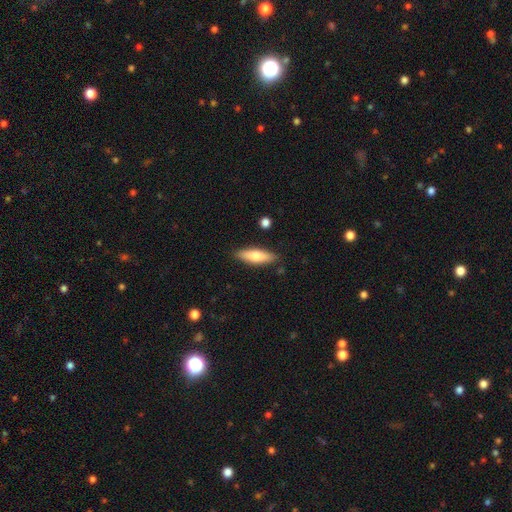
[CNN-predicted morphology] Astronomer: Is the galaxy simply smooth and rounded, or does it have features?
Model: smooth — 68%.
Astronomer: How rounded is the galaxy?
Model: cigar-shaped — 55% (runner-up: in between, 43%).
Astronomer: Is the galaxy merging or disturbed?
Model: none — 87%.